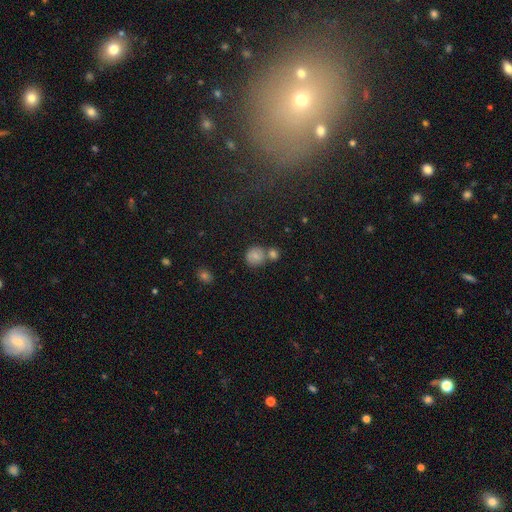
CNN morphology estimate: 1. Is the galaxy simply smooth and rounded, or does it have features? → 77% smooth, 13% star or artifact, 11% featured or disk.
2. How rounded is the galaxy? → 81% round, 18% in between, 1% cigar-shaped.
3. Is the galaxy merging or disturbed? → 53% none, 31% merger, 11% minor disturbance, 4% major disturbance.